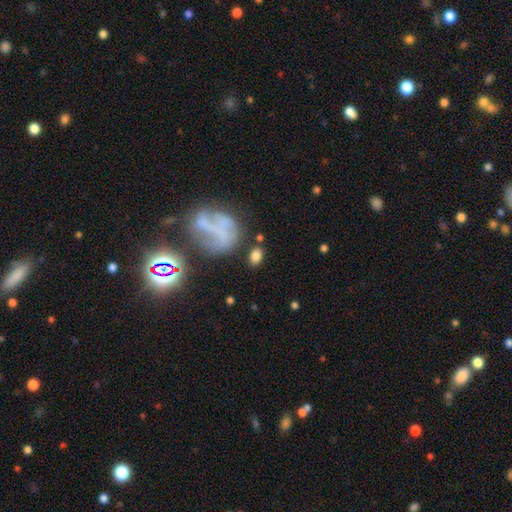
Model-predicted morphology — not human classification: smooth 80%, featured or disk 12%, star or artifact 8%. Down the decision tree: how rounded — in between (83%); merging — none (71%).